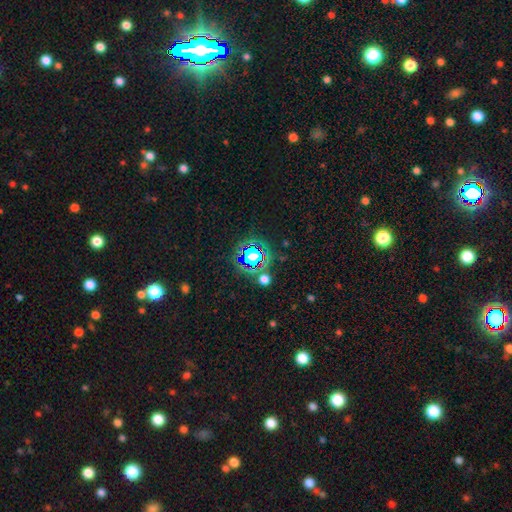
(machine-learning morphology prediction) The model was most divided on "smooth or featured": star or artifact: 58%, smooth: 31%, featured or disk: 11%.